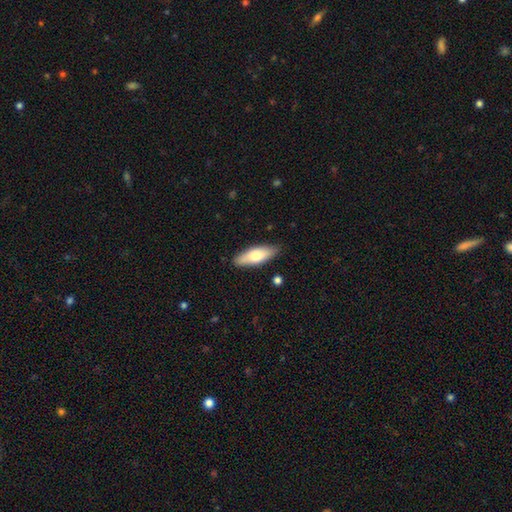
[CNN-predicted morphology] Q: Smooth or featured?
A: smooth (67%); runner-up: featured or disk (27%)
Q: How rounded?
A: in between (60%); runner-up: cigar-shaped (38%)
Q: Merging?
A: none (87%); runner-up: minor disturbance (10%)